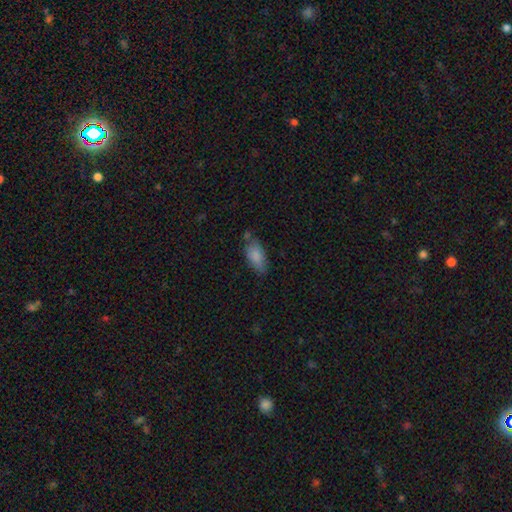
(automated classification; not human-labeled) This is clearly a smooth galaxy (84%). How rounded: clearly in between (89%). Merging: likely none (60%).